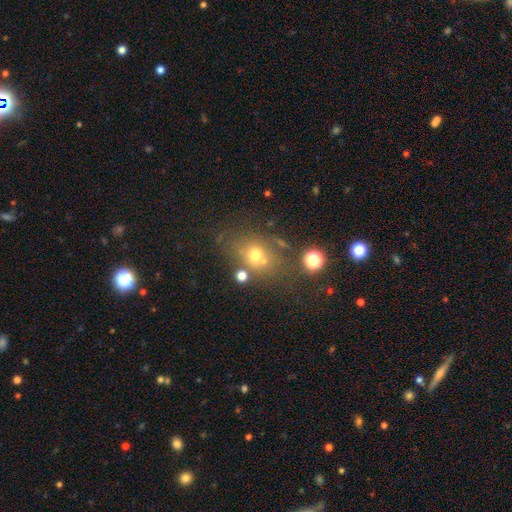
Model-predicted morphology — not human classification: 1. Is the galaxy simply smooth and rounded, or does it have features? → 63% smooth, 20% star or artifact, 16% featured or disk.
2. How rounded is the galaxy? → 61% round, 37% in between, 1% cigar-shaped.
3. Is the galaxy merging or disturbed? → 61% none, 15% merger, 15% minor disturbance, 8% major disturbance.